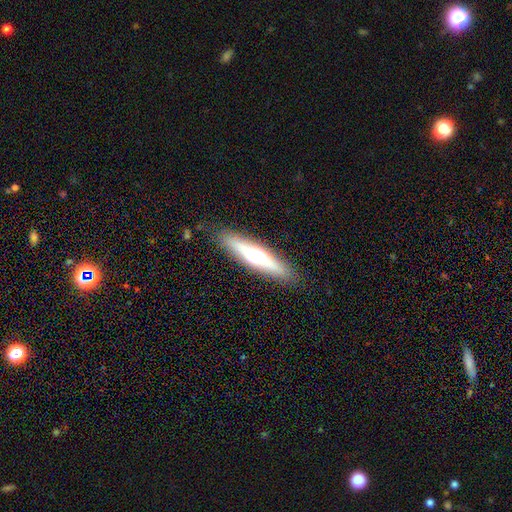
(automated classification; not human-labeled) A featured or disk galaxy (50%) viewed edge-on (91%). Merging: none (88%).